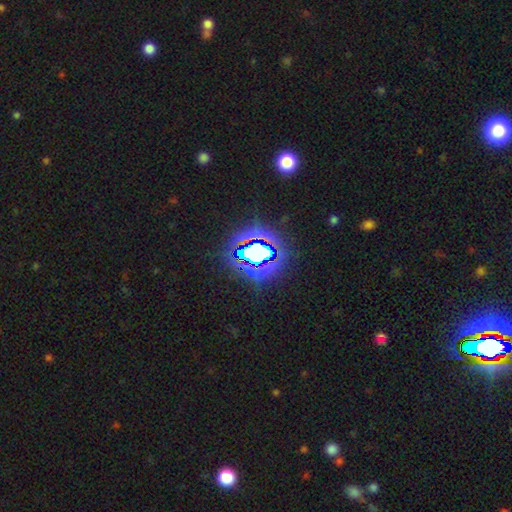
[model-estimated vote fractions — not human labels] This is likely a star or artifact rather than a galaxy (78%).